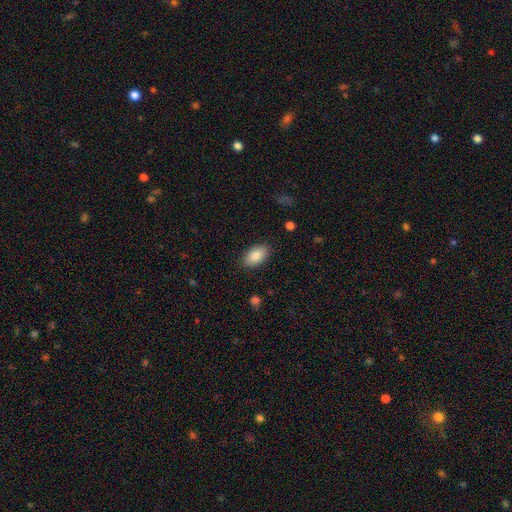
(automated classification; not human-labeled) smooth_or_featured: smooth (p=0.88) [alt: star or artifact p=0.07]
how_rounded: in between (p=0.93) [alt: round p=0.05]
merging: none (p=0.86) [alt: minor disturbance p=0.10]